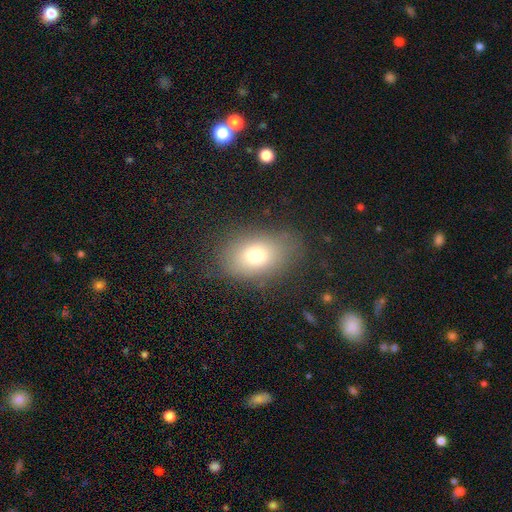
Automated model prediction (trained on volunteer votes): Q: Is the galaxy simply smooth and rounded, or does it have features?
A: smooth — 73%.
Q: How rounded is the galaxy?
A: in between — 72%.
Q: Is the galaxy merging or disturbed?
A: none — 76%.